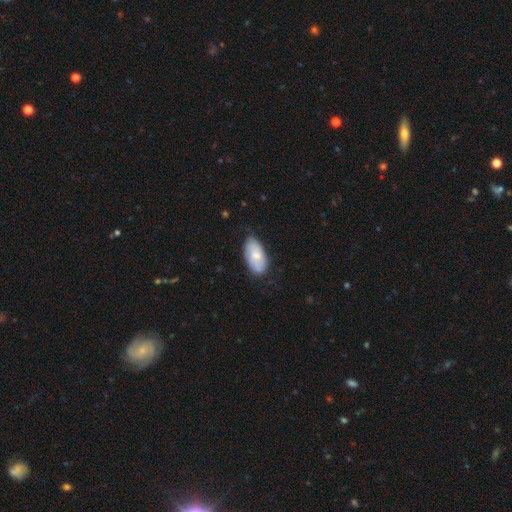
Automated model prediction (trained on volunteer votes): Morphology: type=smooth (69%); roundness=in between (94%); merging=none (64%).